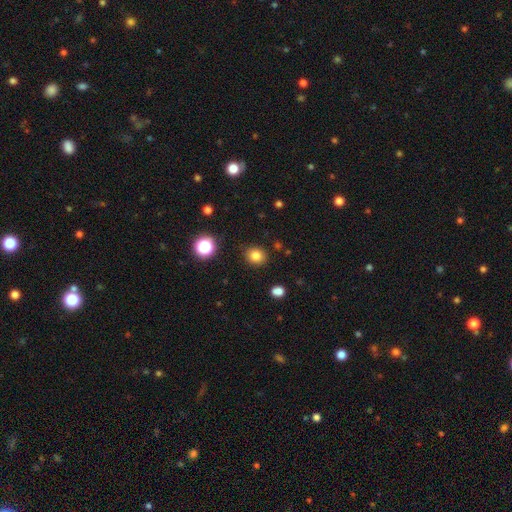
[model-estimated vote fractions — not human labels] A smooth galaxy with no disk features (82%) that is round (77%). Merging: none (88%).